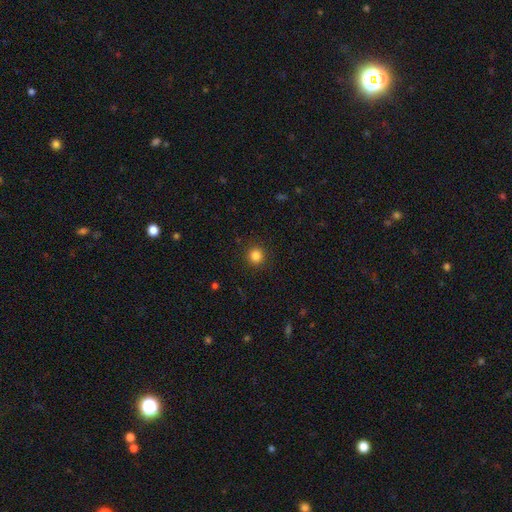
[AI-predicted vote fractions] smooth-or-featured: smooth: 84% | star or artifact: 12% | featured or disk: 4%
  how-rounded: round: 94% | in between: 5% | cigar-shaped: 1%
  merging: none: 91% | minor disturbance: 6% | major disturbance: 2% | merger: 1%